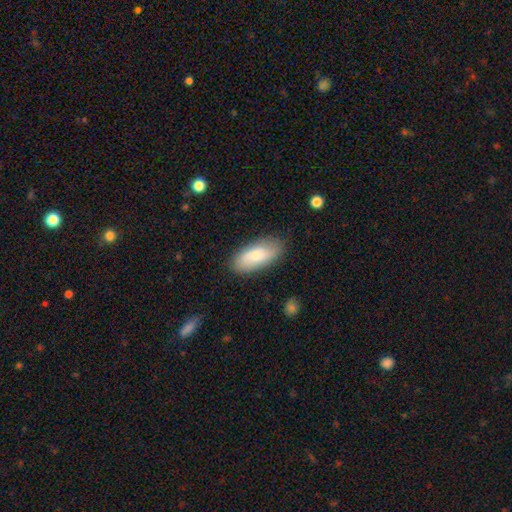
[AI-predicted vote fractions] A smooth galaxy with no disk features (72%) that is in between round and cigar-shaped (88%).

Vote fractions:
- Smooth or featured? smooth: 72% / featured or disk: 22% / star or artifact: 6%
- How rounded? in between: 88% / cigar-shaped: 9% / round: 3%
- Merging? none: 83% / minor disturbance: 13% / major disturbance: 3% / merger: 1%